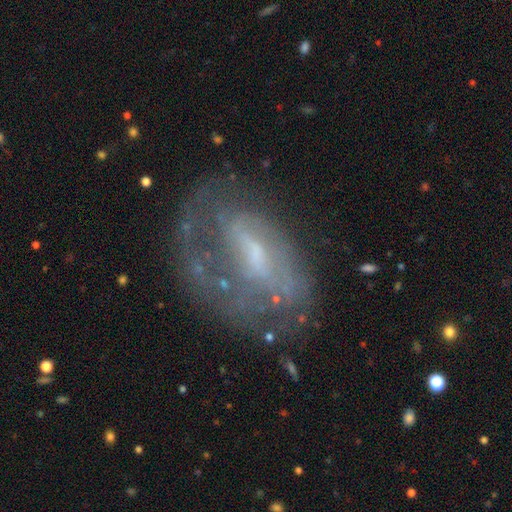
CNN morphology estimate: type=featured or disk (74%); edge-on=no (94%); bar=weak (48%); spiral arms=yes (69%); bulge=small (52%); merging=none (55%).